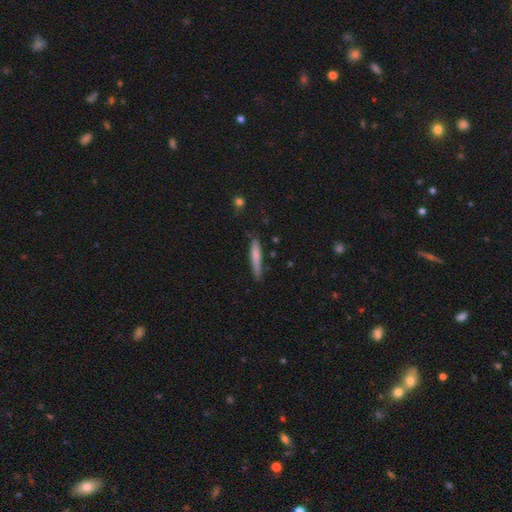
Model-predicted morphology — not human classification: Smooth or featured?
  - smooth: 71% *
  - featured or disk: 23%
  - star or artifact: 6%
How rounded?
  - cigar-shaped: 93% *
  - in between: 6%
  - round: 1%
Merging?
  - none: 75% *
  - minor disturbance: 19%
  - major disturbance: 3%
  - merger: 3%